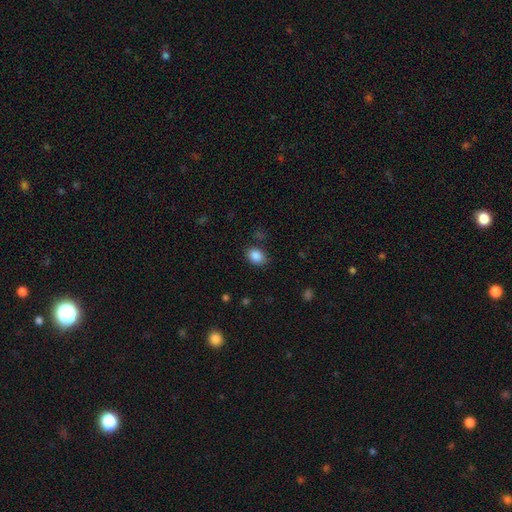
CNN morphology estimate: Q: Smooth or featured?
A: smooth (87%); runner-up: star or artifact (9%)
Q: How rounded?
A: in between (70%); runner-up: round (29%)
Q: Merging?
A: none (80%); runner-up: minor disturbance (14%)